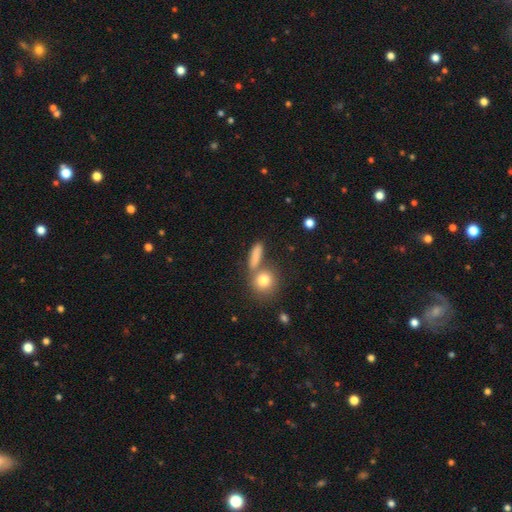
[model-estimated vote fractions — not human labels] smooth-or-featured: smooth: 80% | star or artifact: 10% | featured or disk: 10%
  how-rounded: in between: 39% | cigar-shaped: 36% | round: 25%
  merging: none: 62% | merger: 20% | minor disturbance: 13% | major disturbance: 6%